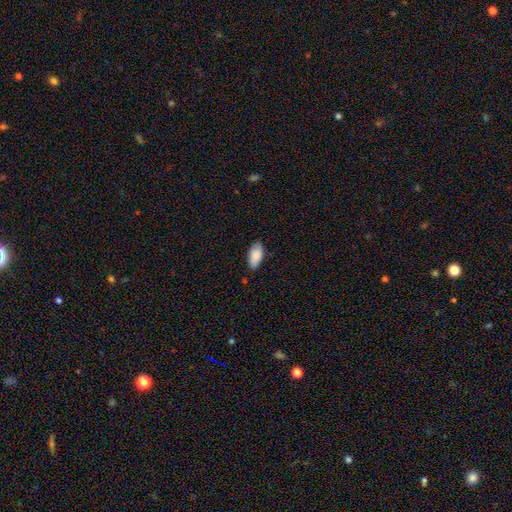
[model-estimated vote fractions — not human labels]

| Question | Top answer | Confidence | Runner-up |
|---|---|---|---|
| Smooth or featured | smooth | 86% | featured or disk (7%) |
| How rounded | in between | 94% | cigar-shaped (4%) |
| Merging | none | 81% | minor disturbance (15%) |